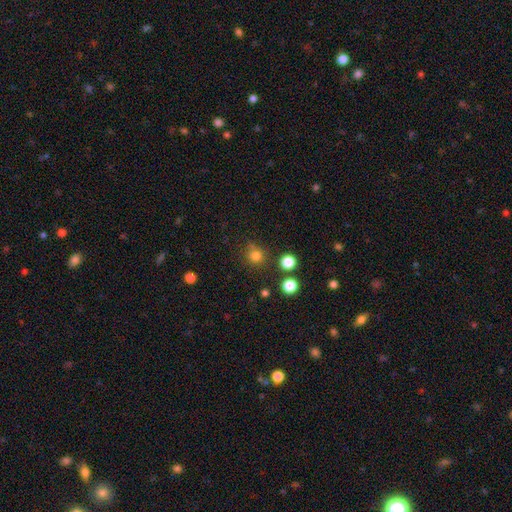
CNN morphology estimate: smooth-or-featured: smooth: 79% | star or artifact: 16% | featured or disk: 5%
  how-rounded: round: 92% | in between: 7% | cigar-shaped: 1%
  merging: none: 80% | minor disturbance: 11% | merger: 6% | major disturbance: 4%